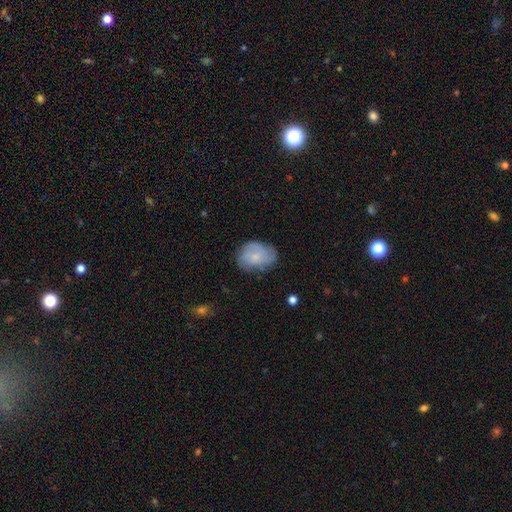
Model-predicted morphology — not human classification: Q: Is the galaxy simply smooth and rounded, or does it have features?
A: smooth — 64%.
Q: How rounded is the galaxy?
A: in between — 70%.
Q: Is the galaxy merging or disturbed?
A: none — 63%.